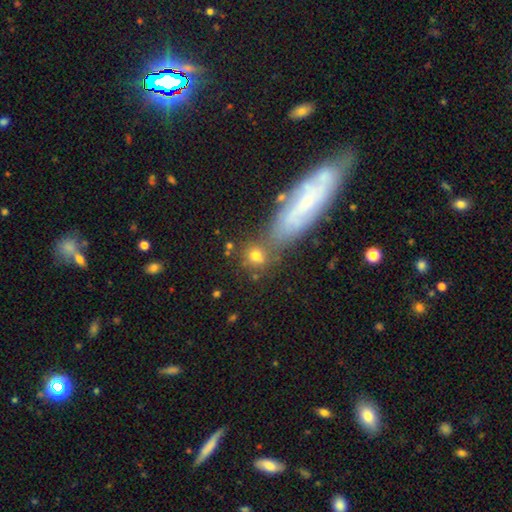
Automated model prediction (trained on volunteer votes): smooth 72%, featured or disk 14%, star or artifact 14%. Down the decision tree: how rounded — round (72%); merging — none (64%).